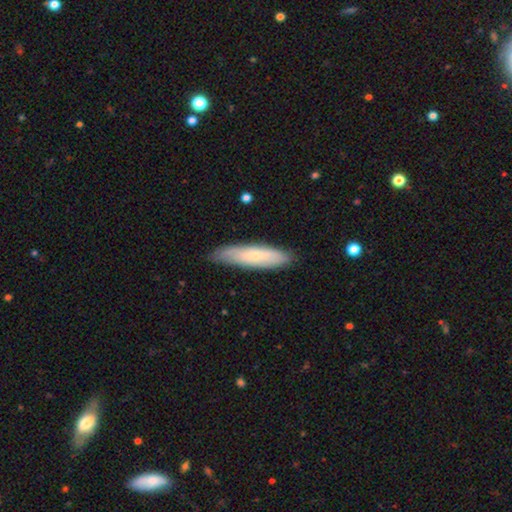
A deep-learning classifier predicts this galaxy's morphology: smooth_or_featured: smooth (p=0.61) [alt: featured or disk p=0.33]
how_rounded: cigar-shaped (p=0.74) [alt: in between p=0.24]
merging: none (p=0.82) [alt: minor disturbance p=0.14]